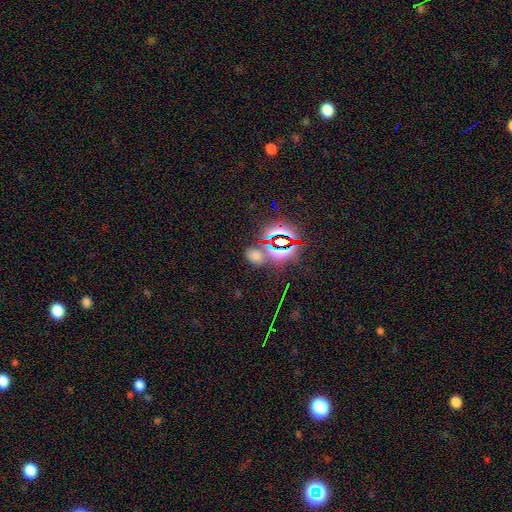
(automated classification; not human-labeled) The model was most divided on "smooth or featured": star or artifact: 49%, smooth: 44%, featured or disk: 7%.